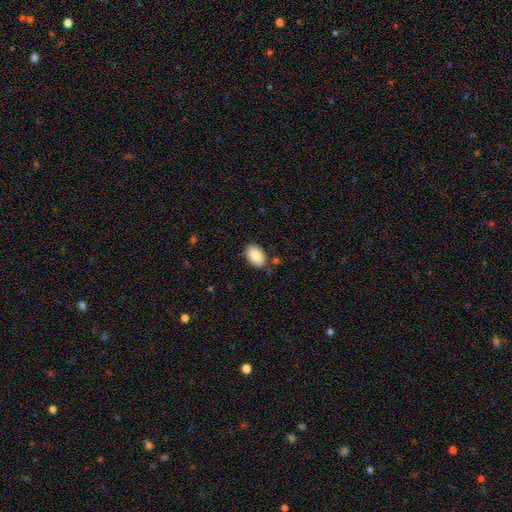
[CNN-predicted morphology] Smooth or featured?
  - smooth: 88% *
  - star or artifact: 6%
  - featured or disk: 5%
How rounded?
  - in between: 92% *
  - round: 7%
  - cigar-shaped: 1%
Merging?
  - none: 83% *
  - minor disturbance: 11%
  - merger: 3%
  - major disturbance: 3%